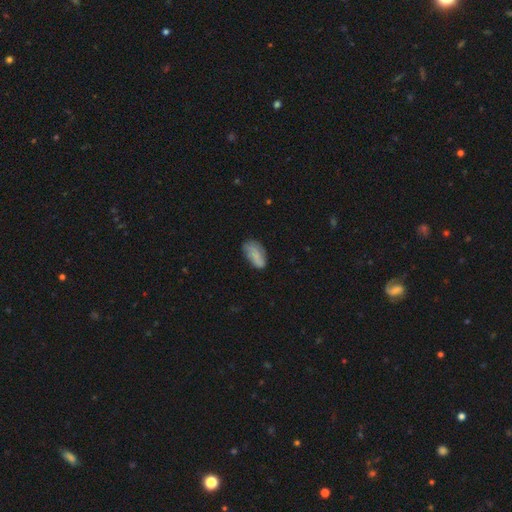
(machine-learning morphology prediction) smooth_or_featured: smooth (p=0.70) [alt: featured or disk p=0.22]
how_rounded: in between (p=0.92) [alt: cigar-shaped p=0.04]
merging: none (p=0.60) [alt: minor disturbance p=0.29]